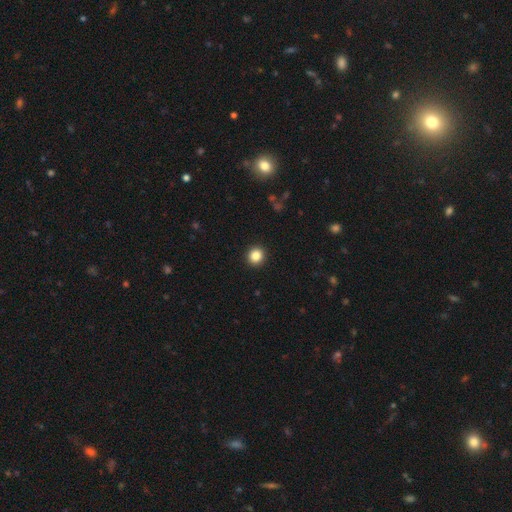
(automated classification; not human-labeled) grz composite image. It shows a smooth galaxy with no disk features (85%) that is round (91%). Merging: none (93%).